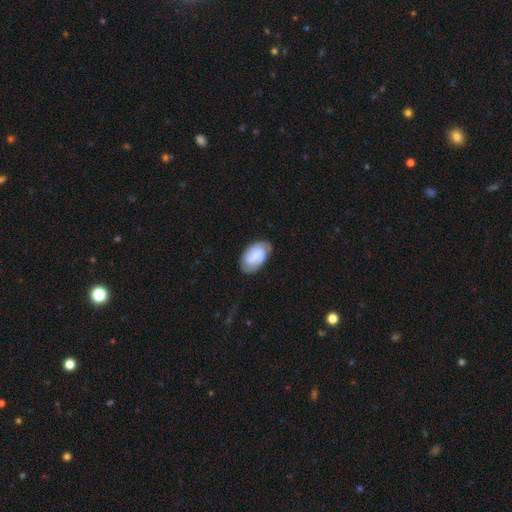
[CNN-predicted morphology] smooth_or_featured: featured or disk (p=0.56) [alt: smooth p=0.37]
disk_edge_on: no (p=0.96) [alt: yes p=0.04]
bar: weak (p=0.46) [alt: no p=0.40]
has_spiral_arms: yes (p=0.89) [alt: no p=0.11]
bulge_size: small (p=0.53) [alt: moderate p=0.23]
merging: none (p=0.75) [alt: minor disturbance p=0.19]